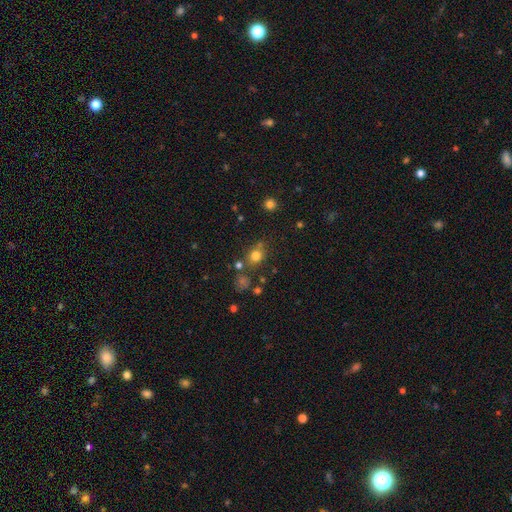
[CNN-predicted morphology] The model was most divided on "how rounded": round: 75%, in between: 24%, cigar-shaped: 1%. More confident: smooth or featured — smooth (76%); merging — none (69%).